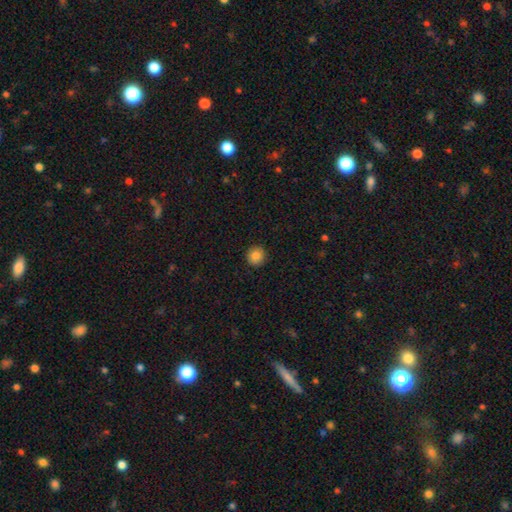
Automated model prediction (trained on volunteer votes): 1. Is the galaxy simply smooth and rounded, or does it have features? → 85% smooth, 10% star or artifact, 6% featured or disk.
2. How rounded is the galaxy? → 94% round, 5% in between, 1% cigar-shaped.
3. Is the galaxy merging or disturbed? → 92% none, 5% minor disturbance, 2% major disturbance, 1% merger.